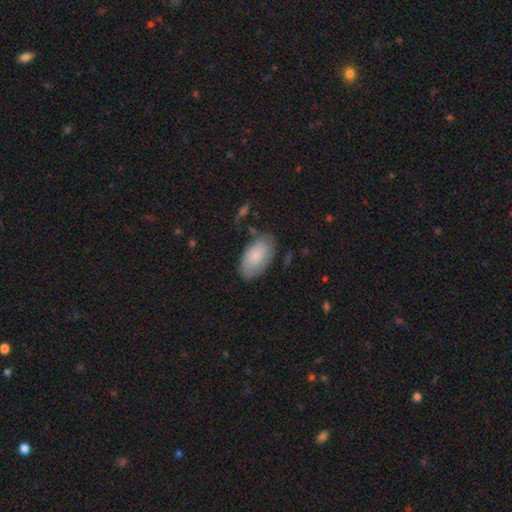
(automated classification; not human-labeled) The model was most divided on "merging": none: 72%, minor disturbance: 20%, major disturbance: 5%, merger: 3%. More confident: how rounded — in between (95%); smooth or featured — smooth (79%).